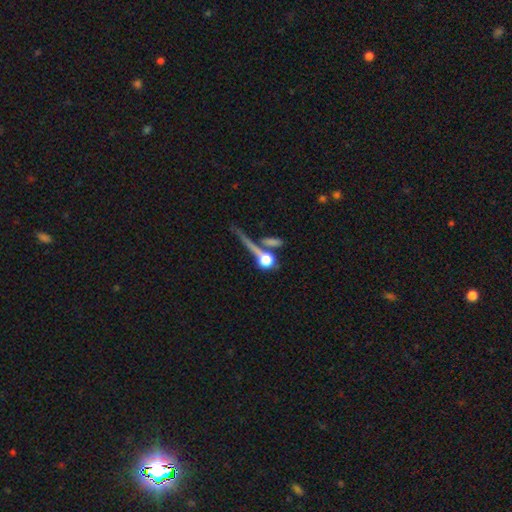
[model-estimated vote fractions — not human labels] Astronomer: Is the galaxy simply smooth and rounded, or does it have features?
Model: smooth — 50% (runner-up: featured or disk, 32%).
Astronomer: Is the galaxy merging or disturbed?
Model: none — 54%.